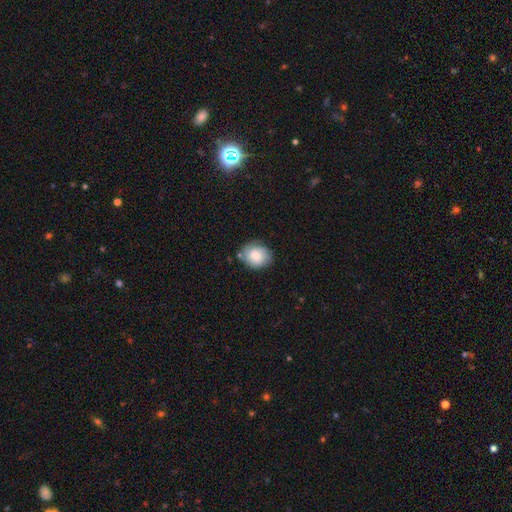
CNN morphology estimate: Q: Smooth or featured?
A: smooth (62%); runner-up: featured or disk (30%)
Q: How rounded?
A: round (64%); runner-up: in between (35%)
Q: Merging?
A: none (71%); runner-up: minor disturbance (21%)